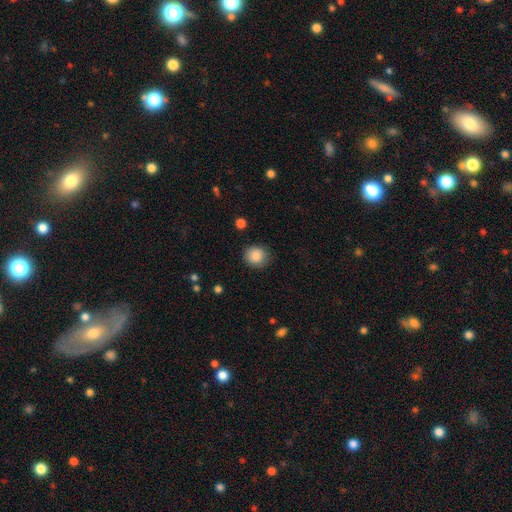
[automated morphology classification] smooth-or-featured: smooth: 86% | star or artifact: 8% | featured or disk: 5%
  how-rounded: round: 83% | in between: 16% | cigar-shaped: 1%
  merging: none: 85% | minor disturbance: 11% | major disturbance: 3% | merger: 1%